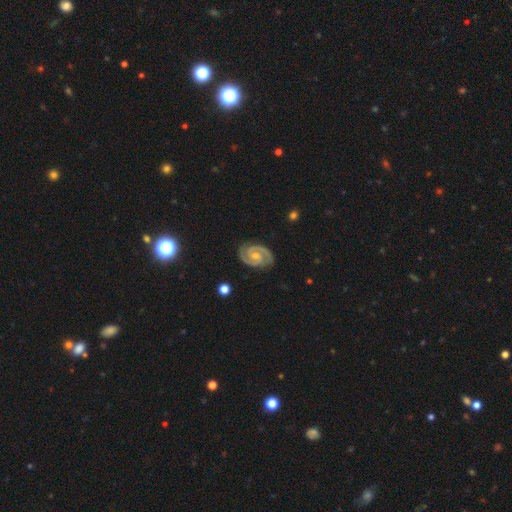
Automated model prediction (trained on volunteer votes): A featured or disk galaxy (92%) with no bar (43%, tied with weak), 2 (94%) tight (55%) spiral arms (99%) and a moderate central bulge (49%).

Vote fractions:
- Smooth or featured? featured or disk: 92% / star or artifact: 4% / smooth: 4%
- Edge-on disk? no: 98% / yes: 2%
- Bar? no: 43% (tied) / weak: 43% (tied) / strong: 14%
- Spiral arms? yes: 99% / no: 1%
- Spiral winding? tight: 55% / medium: 41% / loose: 5%
- Spiral arm count? 2: 94% / 3: 2% / can't tell: 1% / 1: 1% / 4: 1% / more than 4: 1%
- Bulge size? moderate: 49% / small: 45% / none: 3% / large: 2% / dominant: 1%
- Merging? none: 86% / minor disturbance: 11% / major disturbance: 2% / merger: 1%